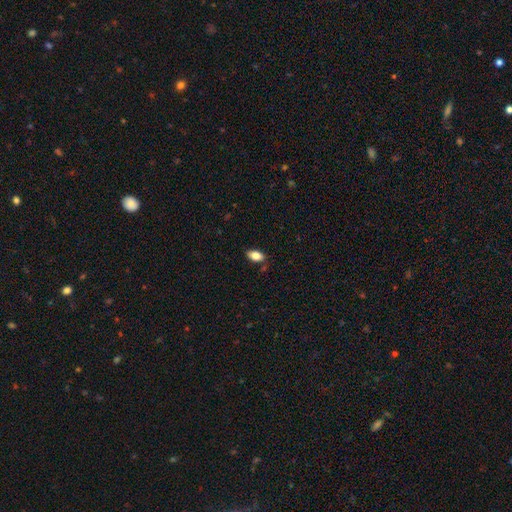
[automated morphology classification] A smooth galaxy with no disk features (82%) that is in between round and cigar-shaped (91%).

Vote fractions:
- Smooth or featured? smooth: 82% / featured or disk: 10% / star or artifact: 8%
- How rounded? in between: 91% / round: 6% / cigar-shaped: 3%
- Merging? none: 84% / minor disturbance: 12% / merger: 2% / major disturbance: 2%